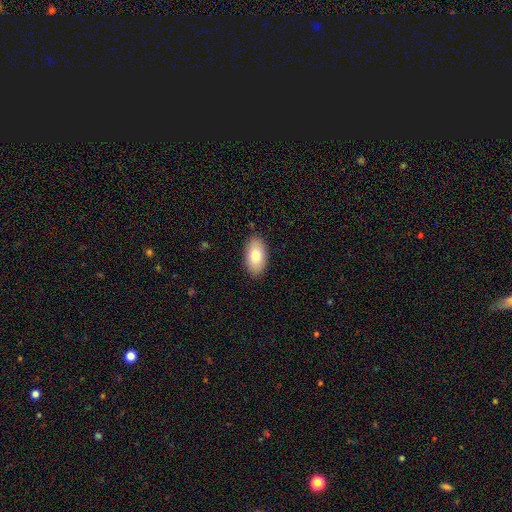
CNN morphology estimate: The model was most divided on "smooth or featured": smooth: 81%, featured or disk: 13%, star or artifact: 6%. More confident: how rounded — in between (95%); merging — none (88%).